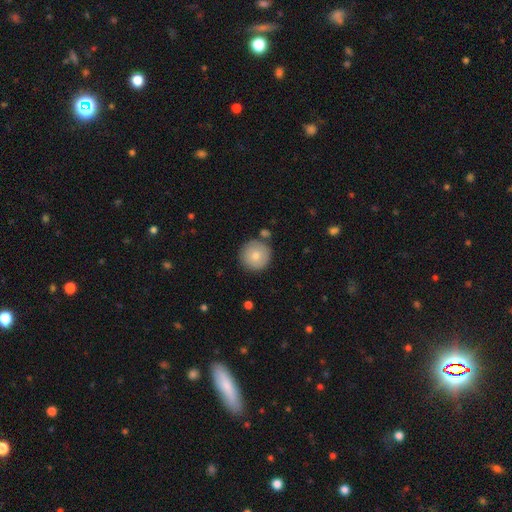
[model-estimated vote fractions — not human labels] Morphology: type=smooth (80%); roundness=round (96%); merging=none (81%).